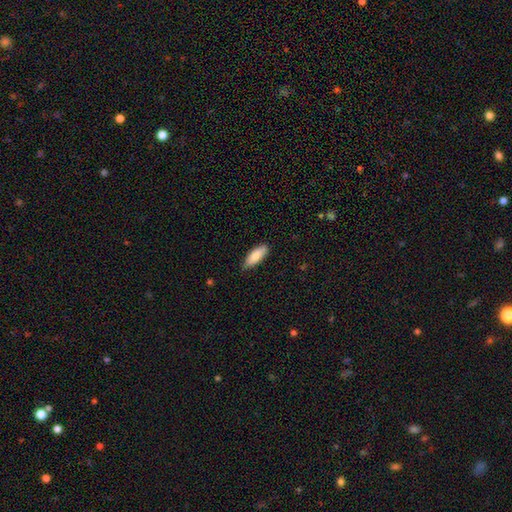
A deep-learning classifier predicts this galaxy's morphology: Overall: smooth (83%). How rounded: in between (71%). Merging: none (76%).